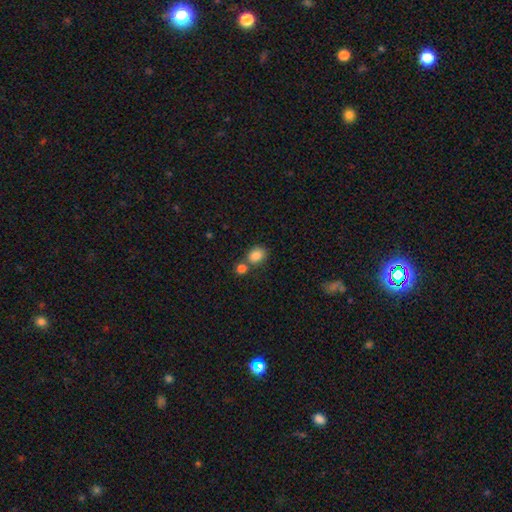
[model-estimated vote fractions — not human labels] Q: Smooth or featured?
A: smooth (84%); runner-up: star or artifact (10%)
Q: How rounded?
A: in between (53%); runner-up: round (46%)
Q: Merging?
A: none (56%); runner-up: merger (29%)